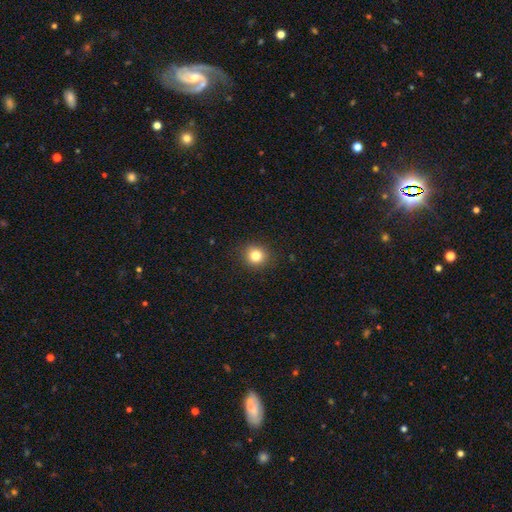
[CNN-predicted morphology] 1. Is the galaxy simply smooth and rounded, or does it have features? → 82% smooth, 12% star or artifact, 6% featured or disk.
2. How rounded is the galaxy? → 90% round, 9% in between, 1% cigar-shaped.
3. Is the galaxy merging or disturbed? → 91% none, 6% minor disturbance, 2% major disturbance, 1% merger.